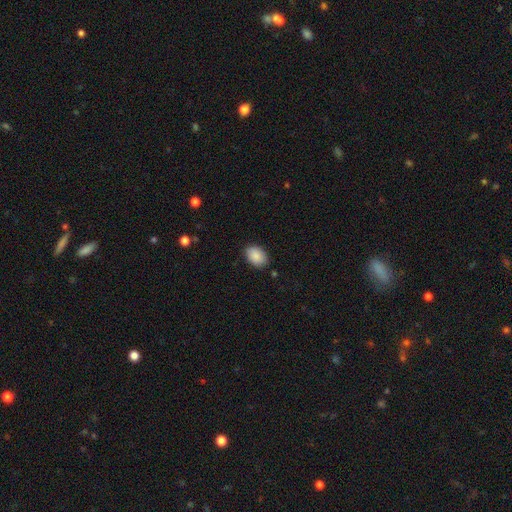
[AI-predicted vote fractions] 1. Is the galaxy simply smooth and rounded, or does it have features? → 89% smooth, 7% star or artifact, 4% featured or disk.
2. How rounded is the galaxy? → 84% in between, 14% round, 1% cigar-shaped.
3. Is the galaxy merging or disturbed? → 86% none, 11% minor disturbance, 2% major disturbance, 1% merger.